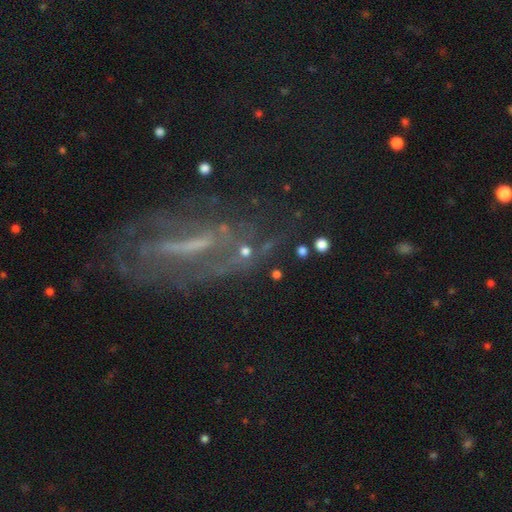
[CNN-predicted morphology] This is likely a featured or disk galaxy (68%). It is clearly not viewed edge-on (81%). Bar: possibly strong (49%). Spiral arm pattern: likely yes (64%). Central bulge: marginally none (40%). Merging: possibly none (57%).